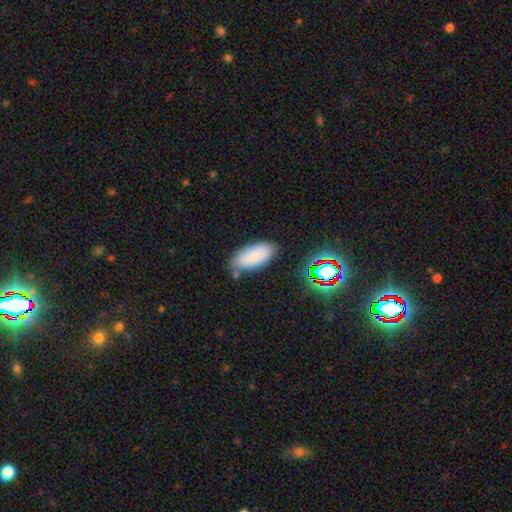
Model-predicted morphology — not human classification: A smooth galaxy with no disk features (84%) that is in between round and cigar-shaped (90%).

Vote fractions:
- Smooth or featured? smooth: 84% / star or artifact: 9% / featured or disk: 7%
- How rounded? in between: 90% / cigar-shaped: 8% / round: 2%
- Merging? none: 75% / minor disturbance: 17% / merger: 5% / major disturbance: 4%